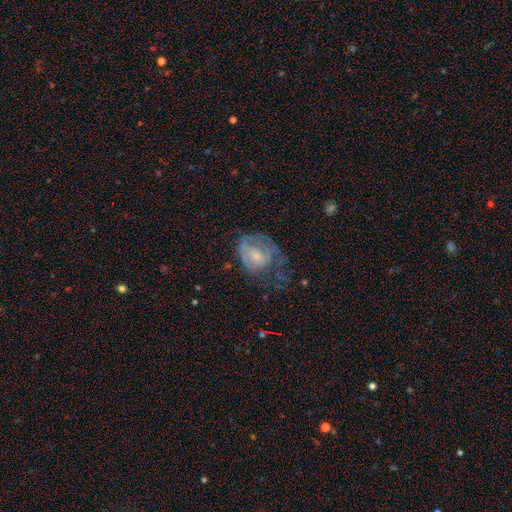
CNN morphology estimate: type=featured or disk (58%); edge-on=no (97%); bar=no (69%); spiral arms=yes (57%); bulge=small (53%); merging=major disturbance (40%).